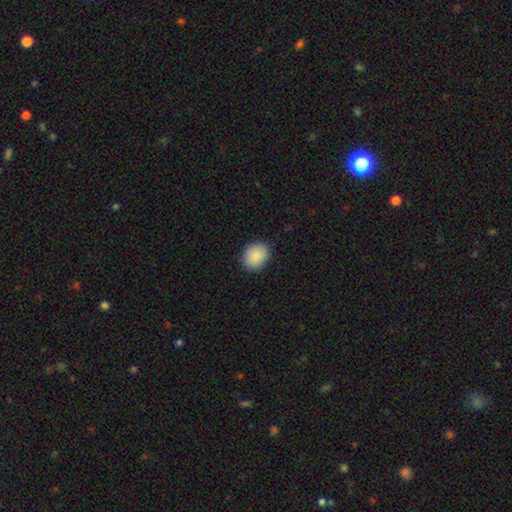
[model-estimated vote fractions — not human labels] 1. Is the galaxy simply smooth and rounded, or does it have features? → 89% smooth, 7% star or artifact, 4% featured or disk.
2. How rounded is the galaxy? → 51% in between, 48% round, 1% cigar-shaped.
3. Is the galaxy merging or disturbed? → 89% none, 8% minor disturbance, 2% major disturbance, 1% merger.